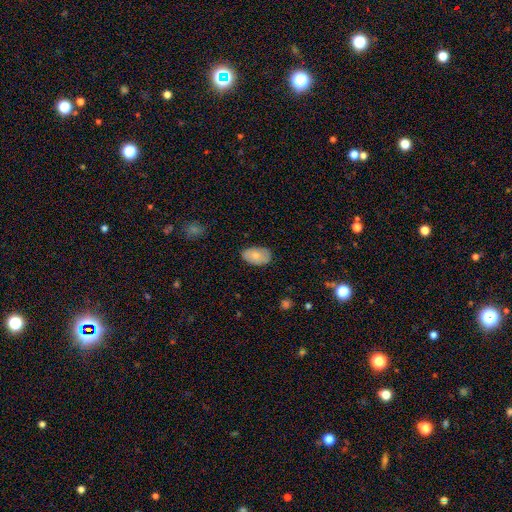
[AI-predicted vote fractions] smooth-or-featured: smooth: 76% | featured or disk: 17% | star or artifact: 7%
  how-rounded: in between: 92% | round: 6% | cigar-shaped: 1%
  merging: none: 80% | minor disturbance: 16% | major disturbance: 3% | merger: 1%